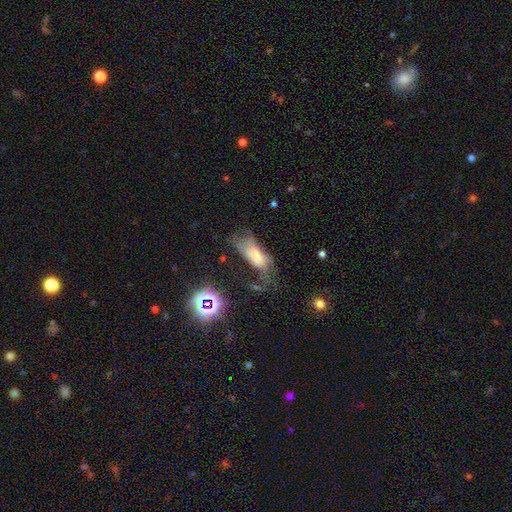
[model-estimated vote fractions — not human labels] smooth 57%, featured or disk 29%, star or artifact 14%. Down the decision tree: how rounded — in between (81%); merging — major disturbance (43%).